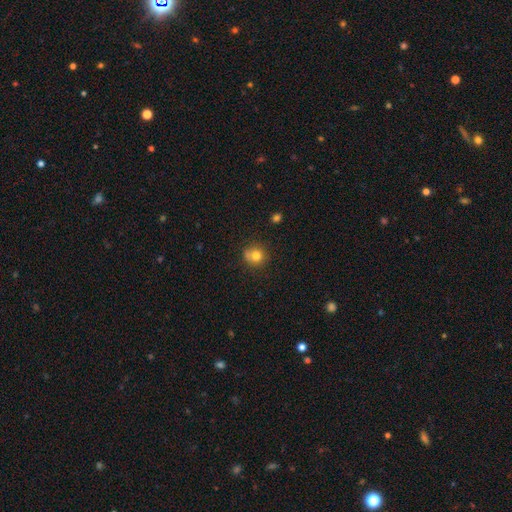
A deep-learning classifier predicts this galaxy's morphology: Q: Smooth or featured?
A: smooth (78%); runner-up: star or artifact (12%)
Q: How rounded?
A: round (87%); runner-up: in between (13%)
Q: Merging?
A: none (64%); runner-up: minor disturbance (18%)